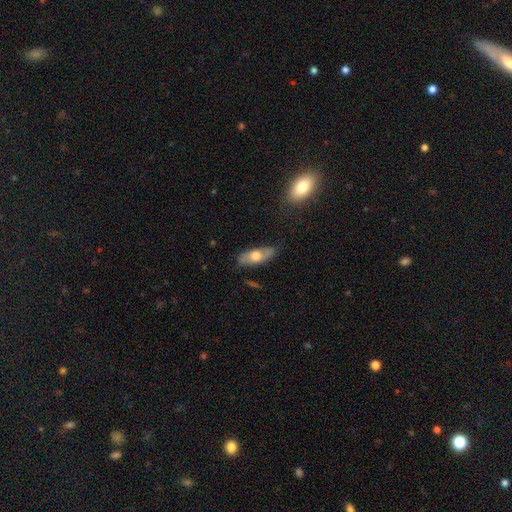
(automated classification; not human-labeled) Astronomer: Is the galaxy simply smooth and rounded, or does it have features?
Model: smooth — 56% (runner-up: featured or disk, 38%).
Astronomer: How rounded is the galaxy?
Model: in between — 78%.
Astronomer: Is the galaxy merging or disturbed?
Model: none — 78%.